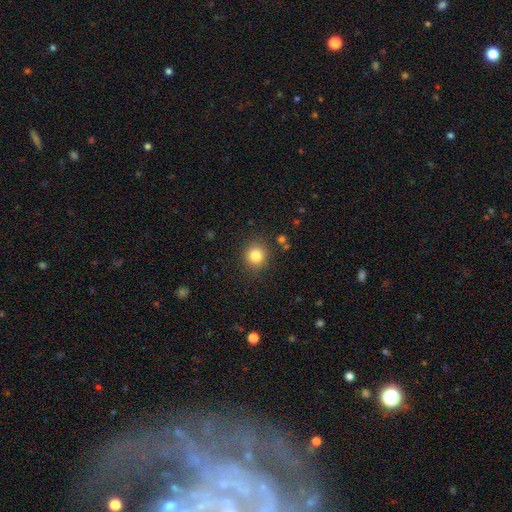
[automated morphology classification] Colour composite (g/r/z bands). It shows a smooth galaxy with no disk features (82%) that is round (87%). Merging: none (87%).